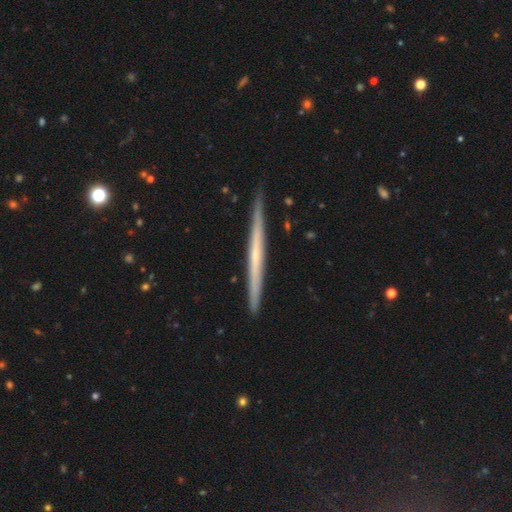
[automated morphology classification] A featured or disk galaxy (63%) viewed edge-on (98%) with no central bulge (82%).

Vote fractions:
- Smooth or featured? featured or disk: 63% / smooth: 32% / star or artifact: 6%
- Edge-on disk? yes: 98% / no: 2%
- Edge-on bulge? none: 82% / rounded: 14% / boxy: 4%
- Merging? none: 90% / minor disturbance: 7% / major disturbance: 1% / merger: 1%